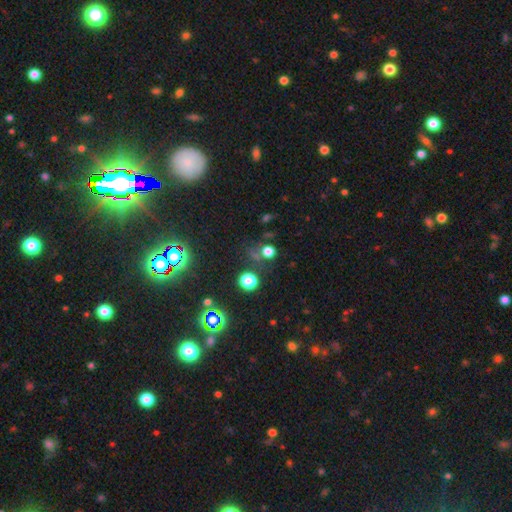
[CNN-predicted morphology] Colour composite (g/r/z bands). It shows a star or artifact, not a galaxy (50%).